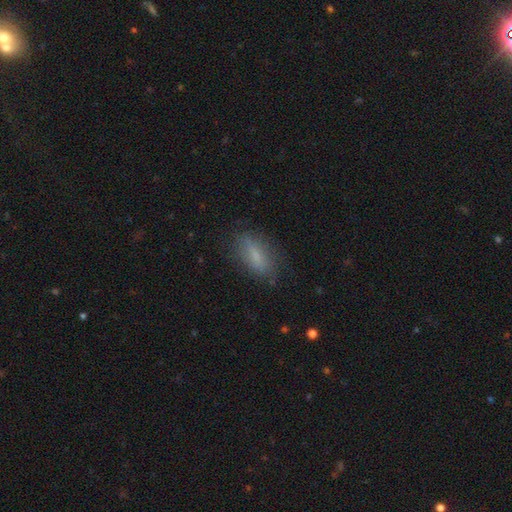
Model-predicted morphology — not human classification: A smooth galaxy with no disk features (73%) that is in between round and cigar-shaped (69%). Merging: none (77%).